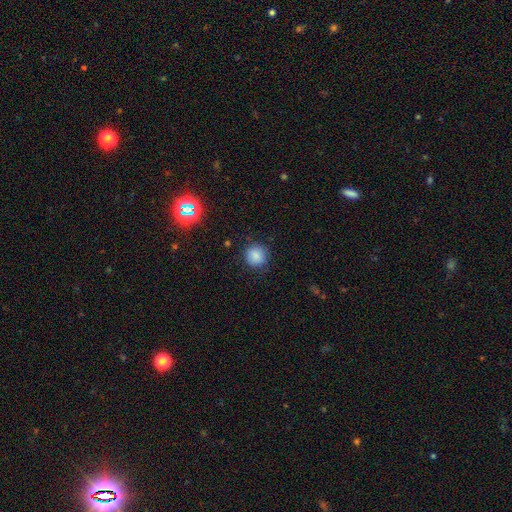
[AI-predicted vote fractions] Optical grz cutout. It shows a smooth galaxy with no disk features (84%) that is round (92%). Merging: none (86%).